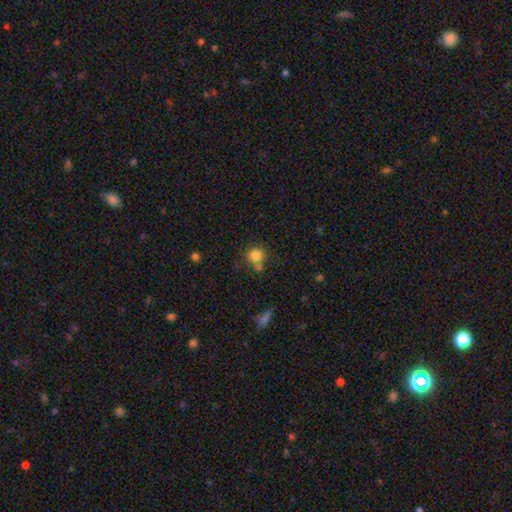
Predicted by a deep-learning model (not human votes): This appears to be a smooth galaxy with no disk features (82%) that is round (89%). Merging: none (63%).